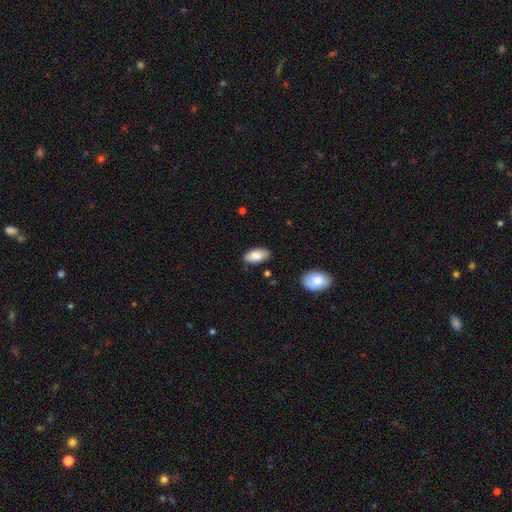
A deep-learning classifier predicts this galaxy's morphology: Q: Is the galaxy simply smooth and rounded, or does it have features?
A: smooth — 84%.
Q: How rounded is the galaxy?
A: in between — 94%.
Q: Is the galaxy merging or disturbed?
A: none — 82%.